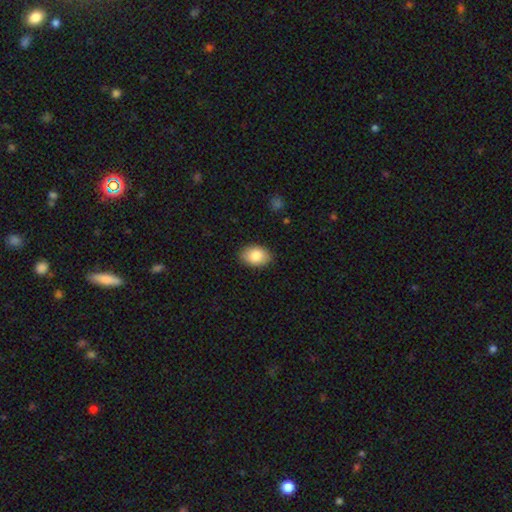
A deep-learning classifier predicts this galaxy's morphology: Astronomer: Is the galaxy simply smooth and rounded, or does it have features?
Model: smooth — 85%.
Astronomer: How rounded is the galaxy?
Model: in between — 85%.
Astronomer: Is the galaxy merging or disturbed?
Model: none — 87%.